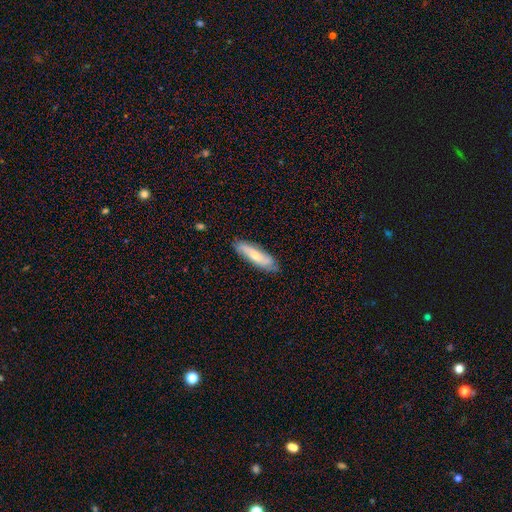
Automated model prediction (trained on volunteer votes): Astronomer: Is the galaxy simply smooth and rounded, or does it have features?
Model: smooth — 53% (runner-up: featured or disk, 41%).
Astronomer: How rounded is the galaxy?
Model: cigar-shaped — 61% (runner-up: in between, 38%).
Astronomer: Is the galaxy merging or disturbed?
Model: none — 81%.